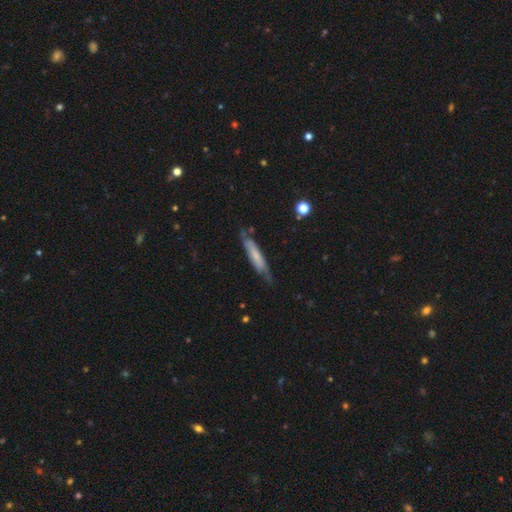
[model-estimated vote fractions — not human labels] Q: Smooth or featured?
A: smooth (53%); runner-up: featured or disk (41%)
Q: How rounded?
A: cigar-shaped (84%); runner-up: in between (14%)
Q: Merging?
A: none (65%); runner-up: minor disturbance (25%)